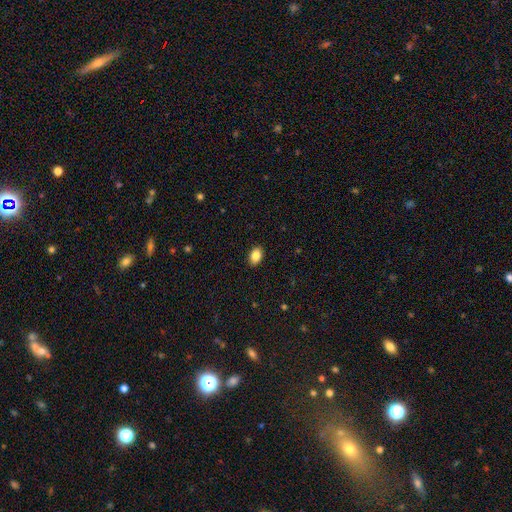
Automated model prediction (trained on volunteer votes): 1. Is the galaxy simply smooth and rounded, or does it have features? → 85% smooth, 8% star or artifact, 6% featured or disk.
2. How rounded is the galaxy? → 84% in between, 15% round, 1% cigar-shaped.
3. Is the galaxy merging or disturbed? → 90% none, 8% minor disturbance, 2% major disturbance, 1% merger.